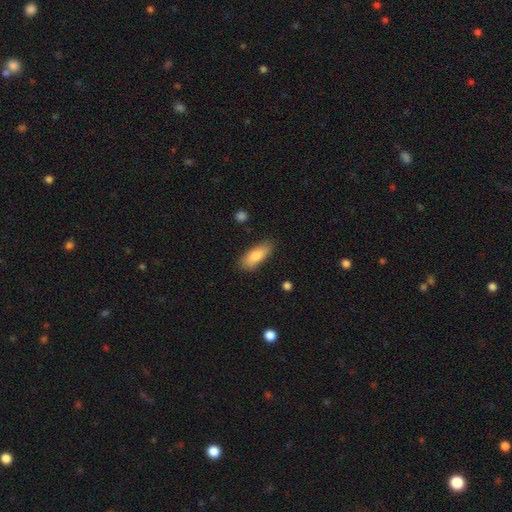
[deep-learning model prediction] This appears to be a smooth galaxy with no disk features (82%) that is in between round and cigar-shaped (70%). Merging: none (81%).